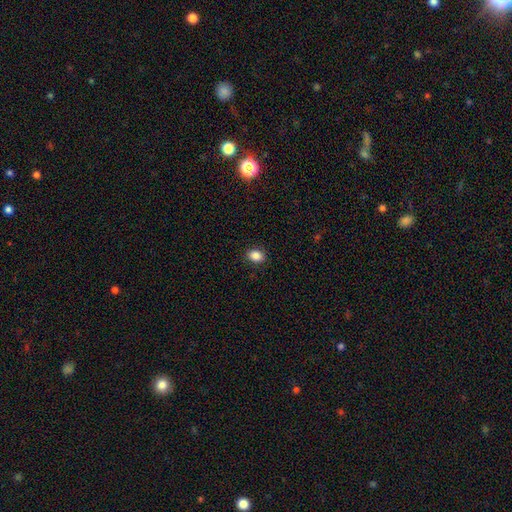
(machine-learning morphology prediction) This appears to be a smooth galaxy with no disk features (86%) that is in between round and cigar-shaped (68%). Merging: none (90%).